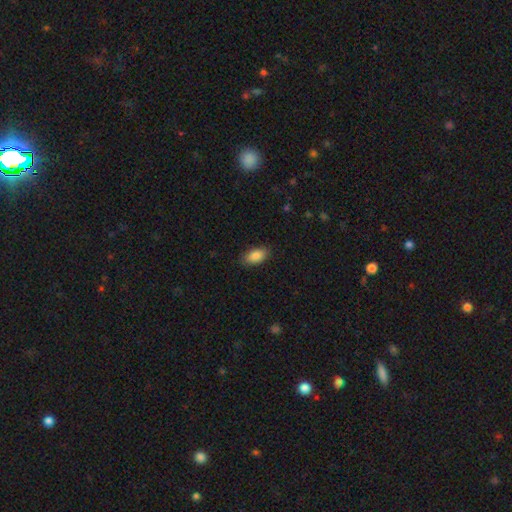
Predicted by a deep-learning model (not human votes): Smooth or featured: smooth — 88% (star or artifact — 7%)
How rounded: in between — 93% (round — 4%)
Merging: none — 86% (minor disturbance — 11%)